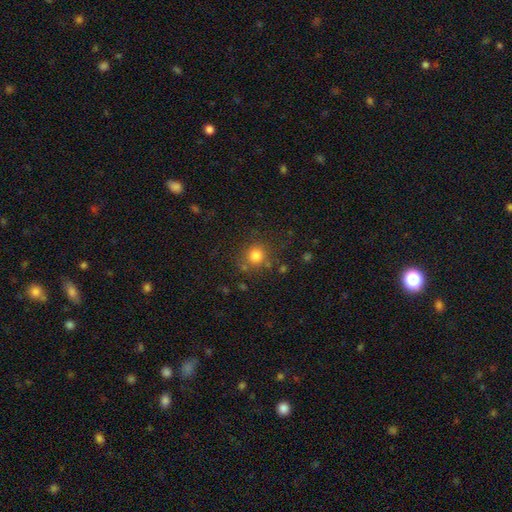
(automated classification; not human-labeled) A smooth galaxy with no disk features (81%) that is round (90%). Merging: none (79%).